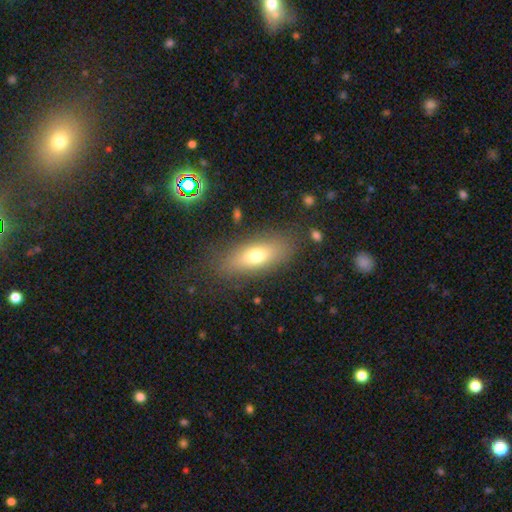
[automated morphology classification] smooth-or-featured: smooth: 69% | featured or disk: 21% | star or artifact: 9%
  how-rounded: in between: 71% | cigar-shaped: 25% | round: 4%
  merging: none: 82% | minor disturbance: 12% | major disturbance: 5% | merger: 2%